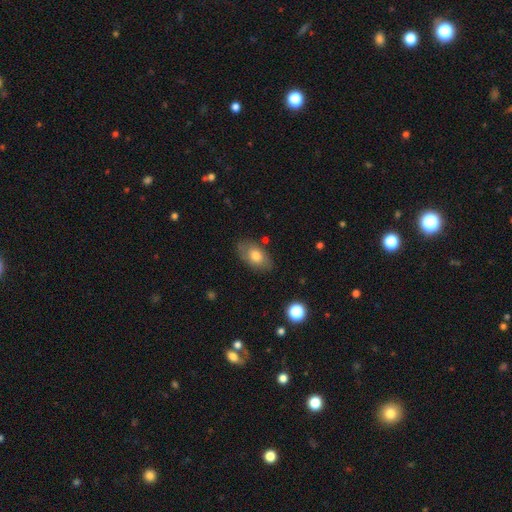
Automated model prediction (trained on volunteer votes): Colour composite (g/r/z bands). It shows a smooth galaxy with no disk features (73%) that is in between round and cigar-shaped (91%). Merging: none (77%).